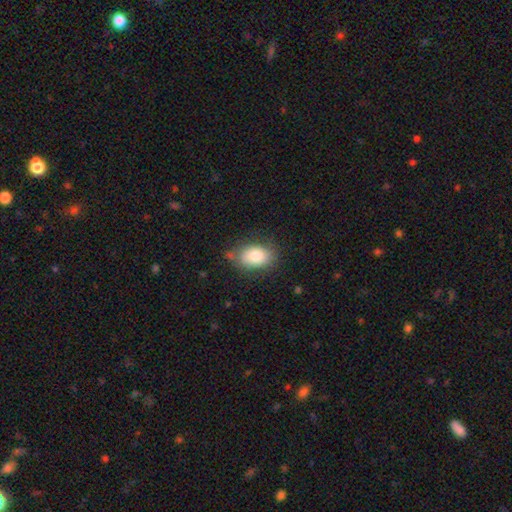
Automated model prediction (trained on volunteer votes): The model was most divided on "merging": none: 71%, minor disturbance: 21%, major disturbance: 5%, merger: 3%. More confident: how rounded — in between (84%); smooth or featured — smooth (81%).